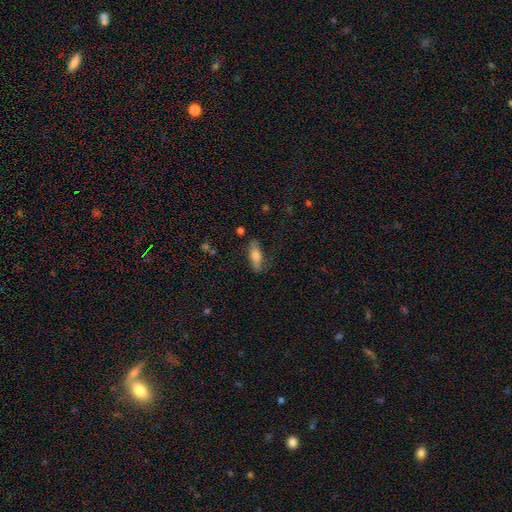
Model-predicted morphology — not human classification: A smooth galaxy with no disk features (71%) that is in between round and cigar-shaped (51%). Merging: none (76%).